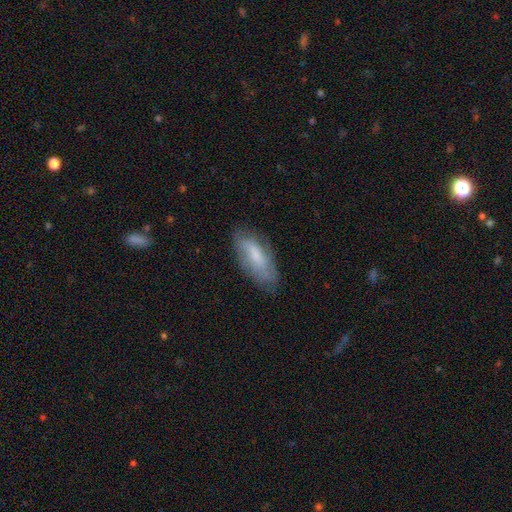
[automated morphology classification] type=smooth (60%); roundness=in between (75%); merging=none (71%).